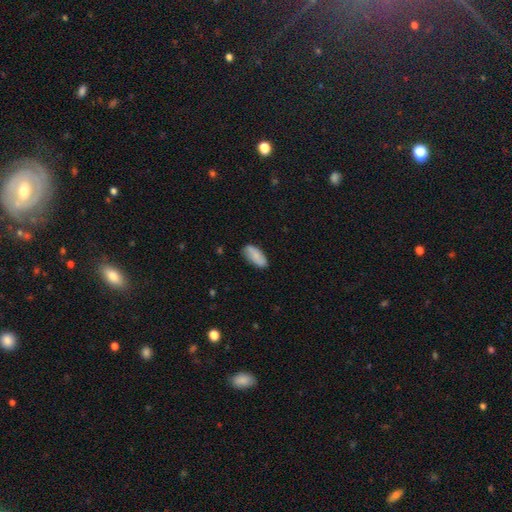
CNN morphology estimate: A smooth galaxy with no disk features (80%) that is in between round and cigar-shaped (88%).

Vote fractions:
- Smooth or featured? smooth: 80% / featured or disk: 14% / star or artifact: 6%
- How rounded? in between: 88% / cigar-shaped: 10% / round: 2%
- Merging? none: 80% / minor disturbance: 16% / major disturbance: 3% / merger: 1%